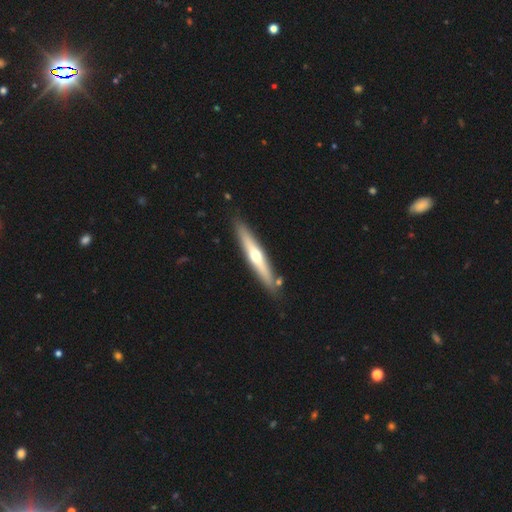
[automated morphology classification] type=featured or disk (60%); edge-on=yes (93%); edge-on bulge=rounded (88%); merging=none (86%).